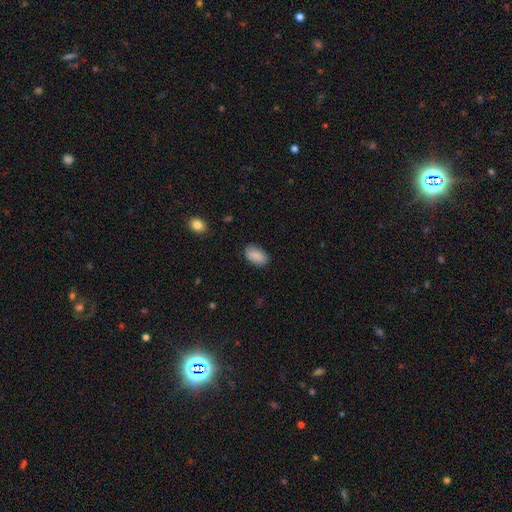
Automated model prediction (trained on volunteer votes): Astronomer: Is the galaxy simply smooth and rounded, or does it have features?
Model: smooth — 89%.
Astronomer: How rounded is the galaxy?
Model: in between — 93%.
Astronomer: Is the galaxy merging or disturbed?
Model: none — 83%.